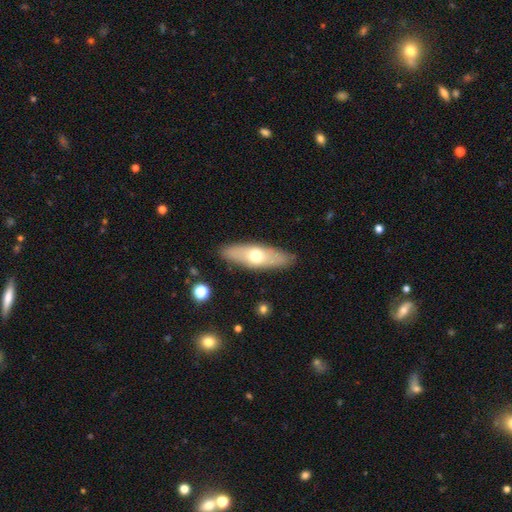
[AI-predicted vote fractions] Overall: smooth (56%; featured or disk 38%). How rounded: in between (53%; cigar-shaped 44%). Merging: none (87%).